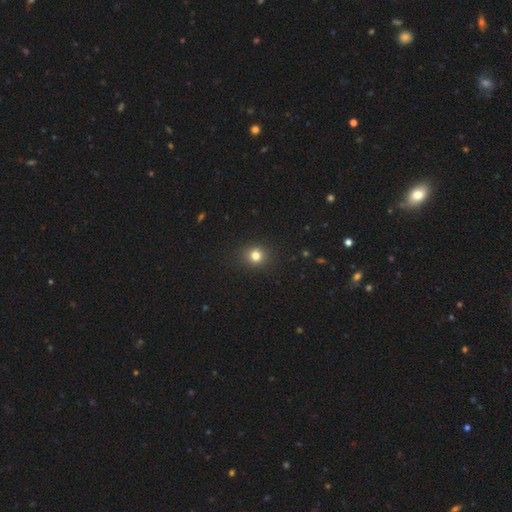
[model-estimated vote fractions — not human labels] Smooth or featured: smooth — 80% (star or artifact — 14%)
How rounded: round — 87% (in between — 12%)
Merging: none — 91% (minor disturbance — 6%)